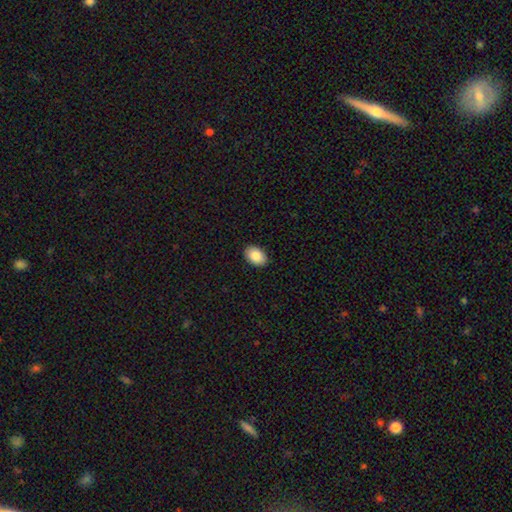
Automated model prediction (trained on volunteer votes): A smooth galaxy with no disk features (87%) that is in between round and cigar-shaped (84%). Merging: none (90%).